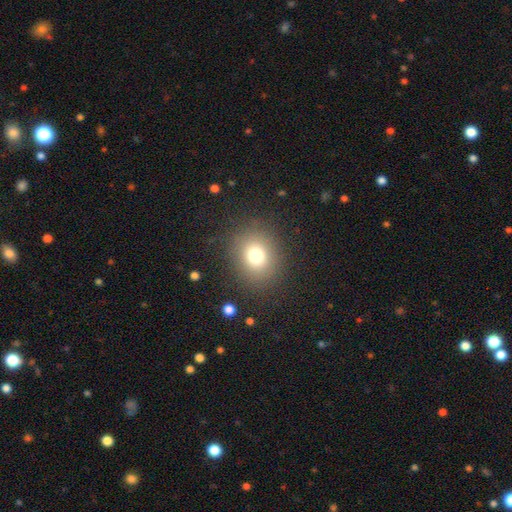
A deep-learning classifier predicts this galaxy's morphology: This appears to be a smooth galaxy with no disk features (74%) that is round (71%). Merging: none (86%).